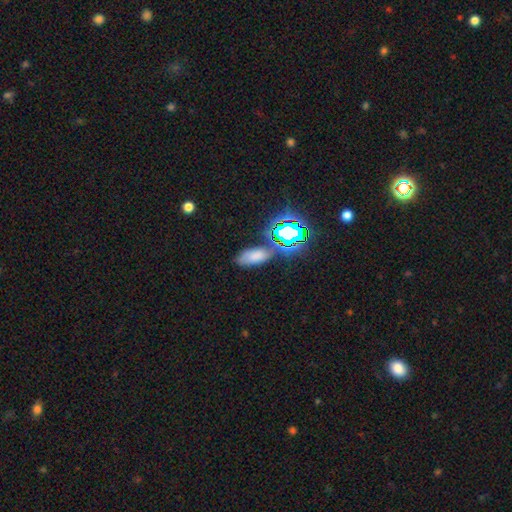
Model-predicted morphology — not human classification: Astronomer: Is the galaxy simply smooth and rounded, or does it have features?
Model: smooth — 60%.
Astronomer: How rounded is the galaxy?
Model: in between — 86%.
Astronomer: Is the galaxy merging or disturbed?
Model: none — 65%.